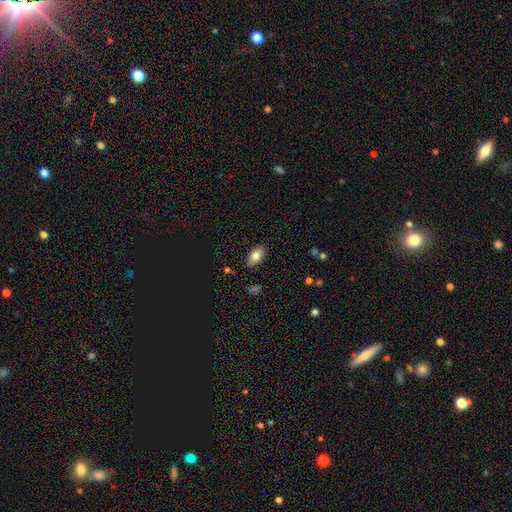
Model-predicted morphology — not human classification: The model was most divided on "smooth or featured": smooth: 81%, featured or disk: 11%, star or artifact: 8%. More confident: how rounded — in between (90%); merging — none (85%).